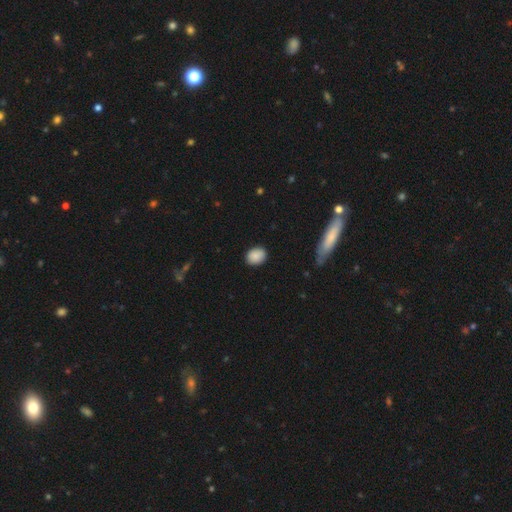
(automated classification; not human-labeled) Morphology: type=smooth (89%); roundness=in between (57%); merging=none (87%).